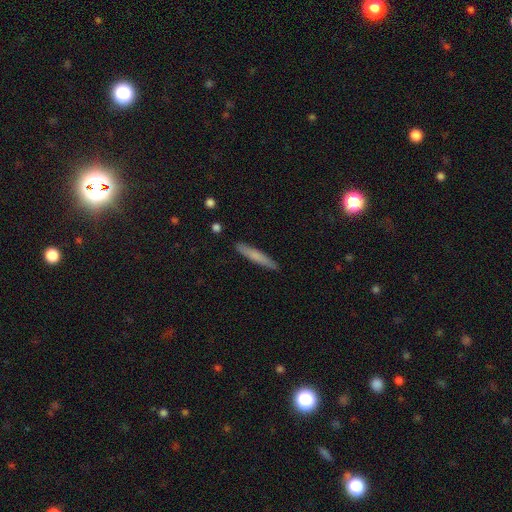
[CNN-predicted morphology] A smooth galaxy with no disk features (68%) that is cigar-shaped (95%).

Vote fractions:
- Smooth or featured? smooth: 68% / featured or disk: 26% / star or artifact: 6%
- How rounded? cigar-shaped: 95% / in between: 4% / round: 1%
- Merging? none: 90% / minor disturbance: 7% / major disturbance: 1% / merger: 1%